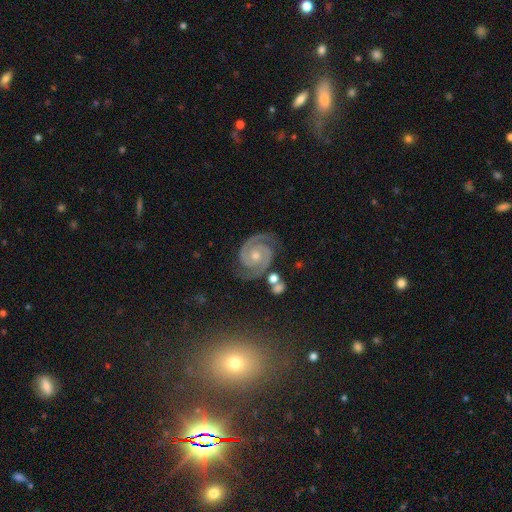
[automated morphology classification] Smooth or featured? Predicted: featured or disk (p=0.92). Edge-on disk? Predicted: no (p=0.98). Bar? Predicted: no (p=0.74). Spiral arms? Predicted: yes (p=0.99). Spiral winding? Predicted: tight (p=0.66). Spiral arm count? Predicted: 2 (p=0.93). Bulge size? Predicted: moderate (p=0.58). Merging? Predicted: none (p=0.80).